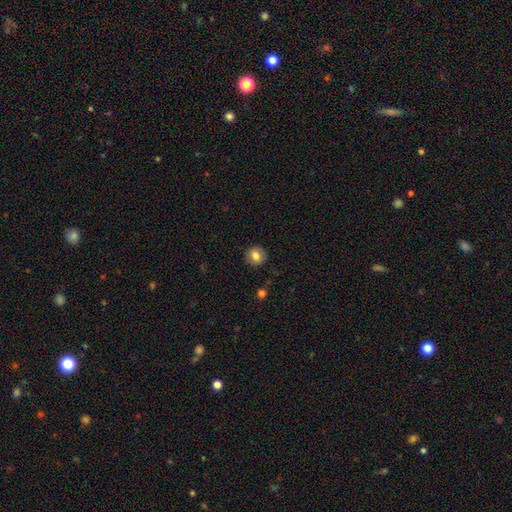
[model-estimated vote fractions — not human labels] Morphology: type=smooth (80%); roundness=round (91%); merging=none (90%).